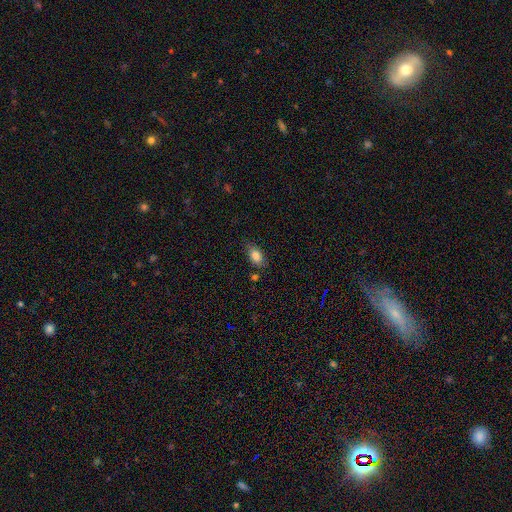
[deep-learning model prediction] A smooth galaxy with no disk features (83%) that is in between round and cigar-shaped (87%).

Vote fractions:
- Smooth or featured? smooth: 83% / star or artifact: 9% / featured or disk: 8%
- How rounded? in between: 87% / round: 9% / cigar-shaped: 4%
- Merging? none: 71% / minor disturbance: 20% / major disturbance: 5% / merger: 4%